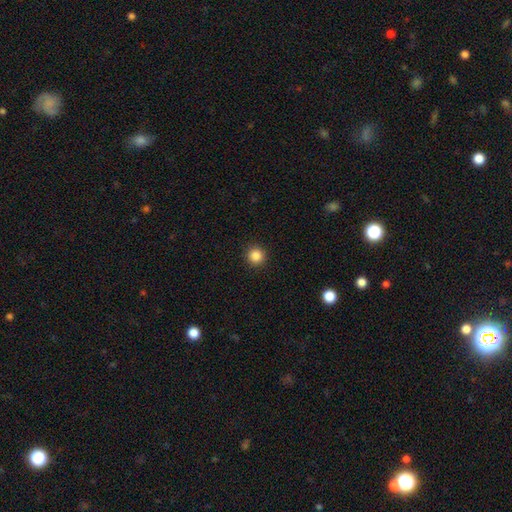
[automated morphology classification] A smooth galaxy with no disk features (86%) that is round (96%). Merging: none (93%).